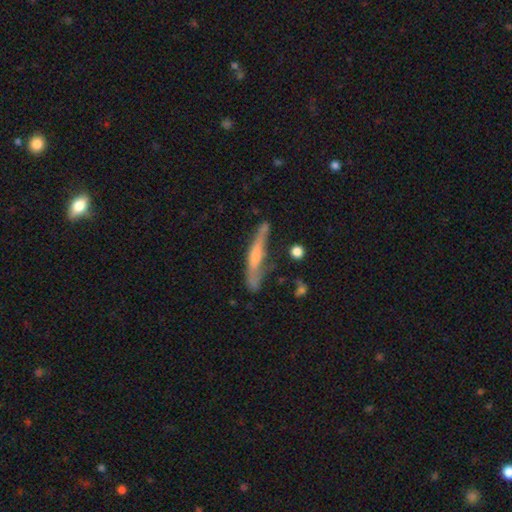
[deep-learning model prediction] Smooth or featured?
  - featured or disk: 55% *
  - smooth: 38%
  - star or artifact: 7%
Edge-on disk?
  - yes: 86% *
  - no: 14%
Merging?
  - none: 57% *
  - minor disturbance: 25%
  - major disturbance: 11%
  - merger: 7%